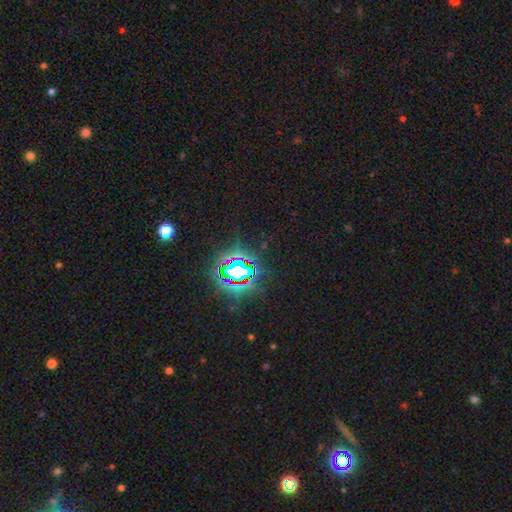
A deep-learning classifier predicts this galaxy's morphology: This appears to be a star or artifact, not a galaxy (84%).